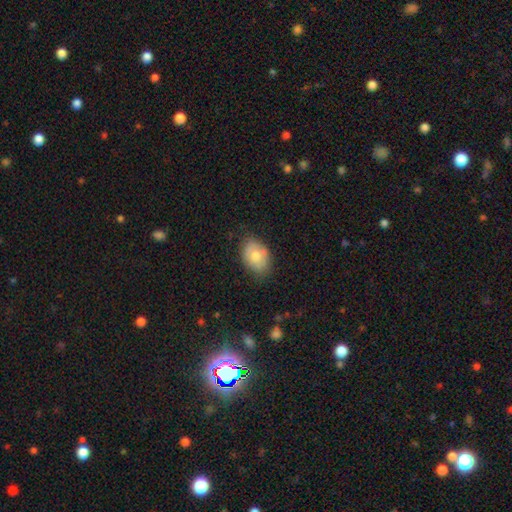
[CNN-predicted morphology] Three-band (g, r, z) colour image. It shows a smooth galaxy with no disk features (69%) that is in between round and cigar-shaped (77%). Merging: none (79%).